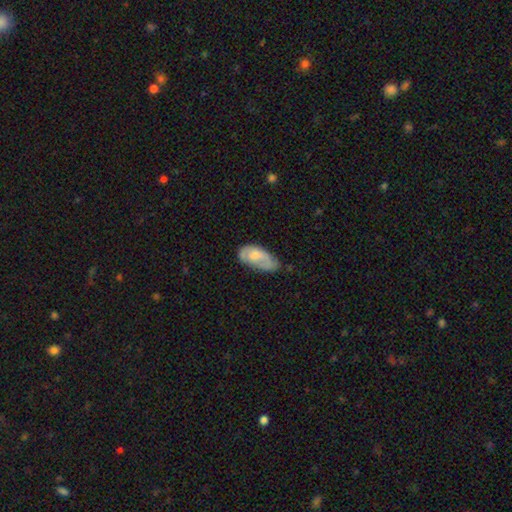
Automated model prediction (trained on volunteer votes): A smooth galaxy with no disk features (59%) that is in between round and cigar-shaped (91%).

Vote fractions:
- Smooth or featured? smooth: 59% / featured or disk: 35% / star or artifact: 6%
- How rounded? in between: 91% / cigar-shaped: 6% / round: 3%
- Merging? none: 43% / minor disturbance: 38% / major disturbance: 16% / merger: 3%